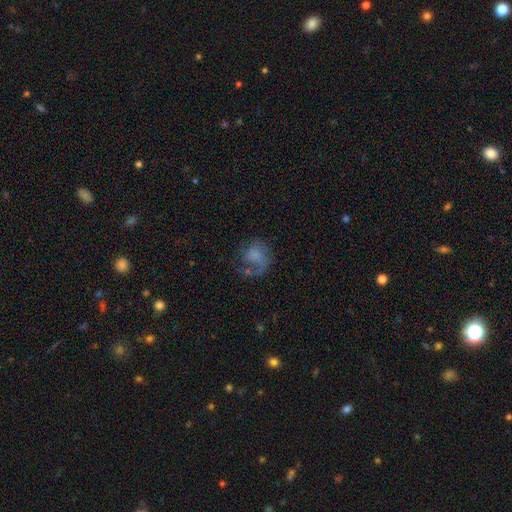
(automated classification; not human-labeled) Smooth or featured? featured or disk (56%)
Edge-on disk? no (98%)
Bar? no (74%)
Spiral arms? yes (82%)
Bulge size? none (51%)
Merging? none (44%)